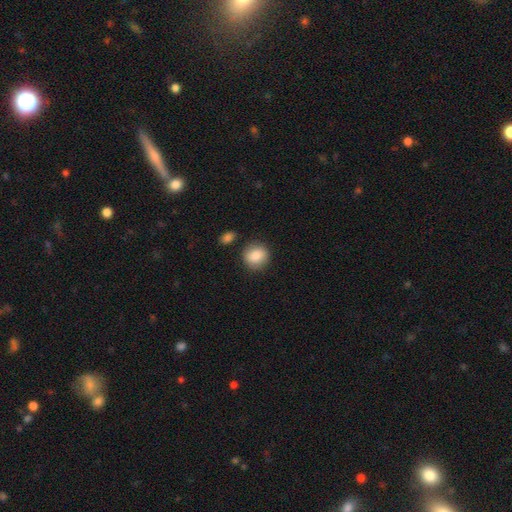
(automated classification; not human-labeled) Smooth or featured: smooth — 86% (star or artifact — 7%)
How rounded: round — 85% (in between — 14%)
Merging: none — 83% (minor disturbance — 10%)